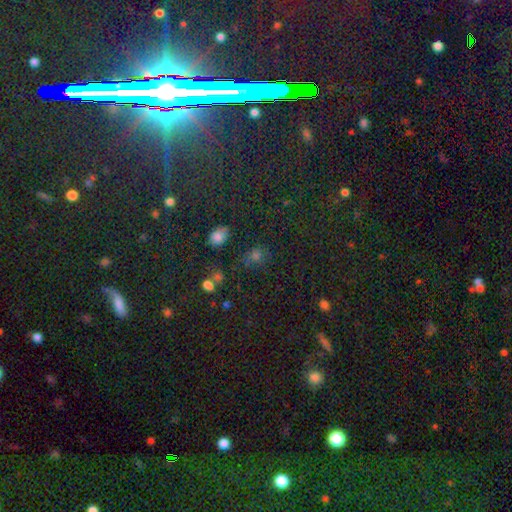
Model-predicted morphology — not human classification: smooth-or-featured: smooth: 56% | star or artifact: 35% | featured or disk: 9%
  how-rounded: round: 57% | in between: 41% | cigar-shaped: 2%
  merging: none: 67% | minor disturbance: 17% | merger: 9% | major disturbance: 8%